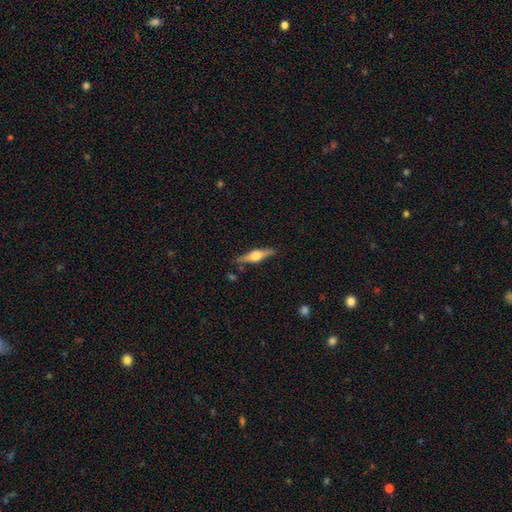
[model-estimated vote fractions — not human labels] Smooth or featured? Predicted: featured or disk (p=0.61). Edge-on disk? Predicted: yes (p=0.96). Edge-on bulge? Predicted: rounded (p=0.92). Merging? Predicted: none (p=0.84).